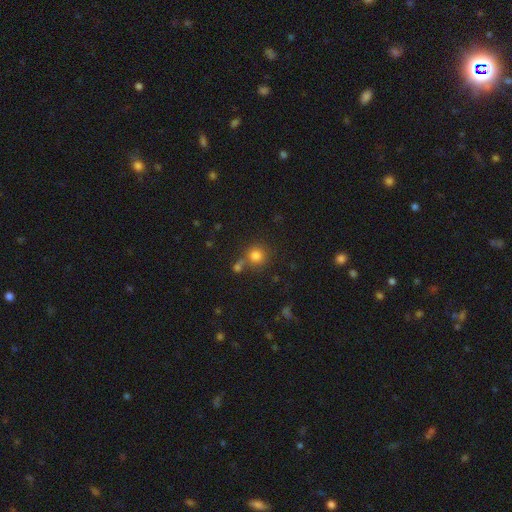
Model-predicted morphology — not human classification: type=smooth (80%); roundness=round (90%); merging=none (65%).